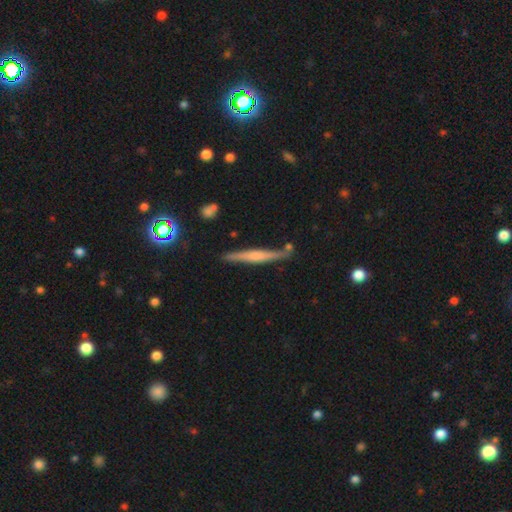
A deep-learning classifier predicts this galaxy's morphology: This is possibly a featured or disk galaxy (57%). It is clearly viewed edge-on (96%). Edge-on bulge: possibly rounded (53%). Merging: clearly none (81%).